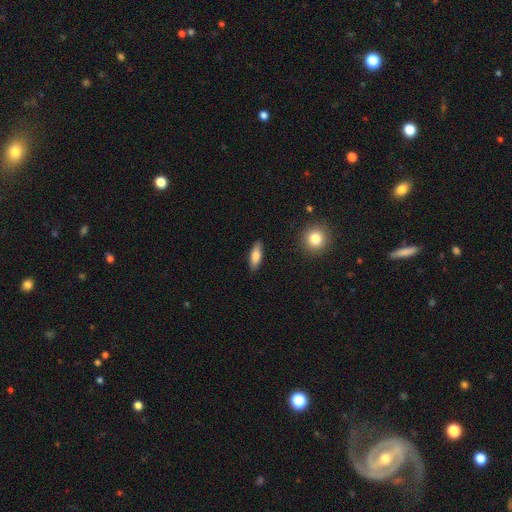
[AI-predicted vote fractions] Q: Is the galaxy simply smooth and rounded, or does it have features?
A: smooth — 79%.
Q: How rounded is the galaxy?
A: in between — 60%.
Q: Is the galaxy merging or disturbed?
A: none — 87%.